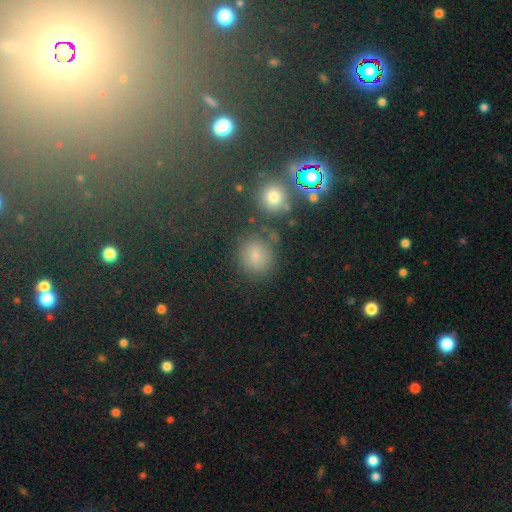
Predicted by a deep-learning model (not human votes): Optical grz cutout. It shows a smooth galaxy with no disk features (73%) that is round (80%). Merging: none (75%).